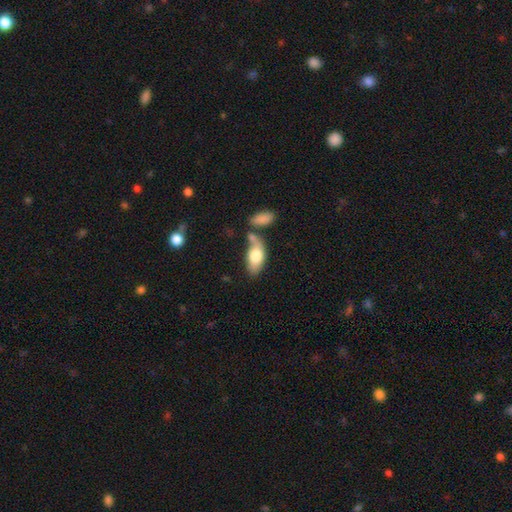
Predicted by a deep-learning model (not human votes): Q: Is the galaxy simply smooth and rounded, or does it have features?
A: smooth — 74%.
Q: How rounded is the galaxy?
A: in between — 90%.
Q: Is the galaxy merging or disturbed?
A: none — 46%.